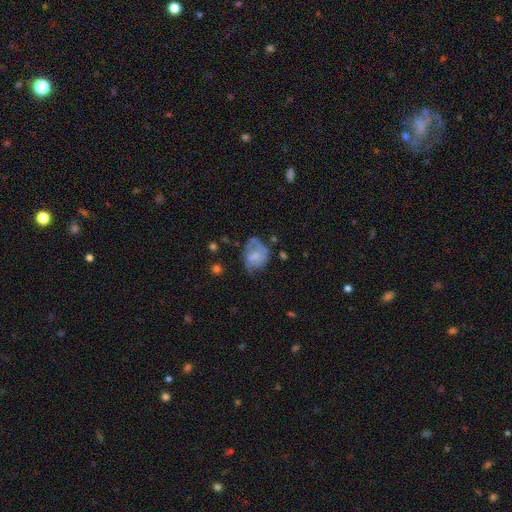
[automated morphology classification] type=smooth (50%); merging=none (38%).